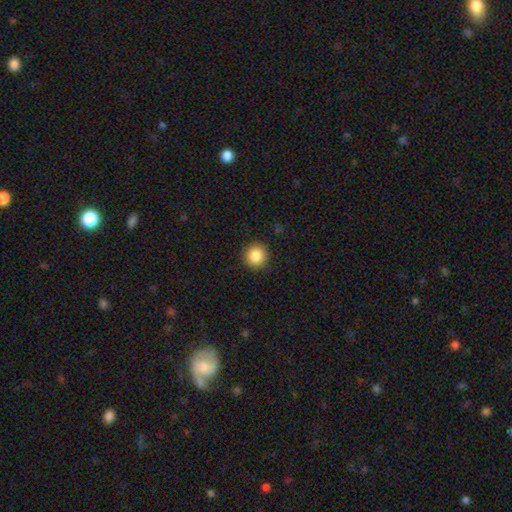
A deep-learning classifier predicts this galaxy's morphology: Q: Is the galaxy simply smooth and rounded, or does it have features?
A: smooth — 87%.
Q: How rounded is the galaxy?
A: round — 94%.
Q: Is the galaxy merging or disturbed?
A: none — 91%.